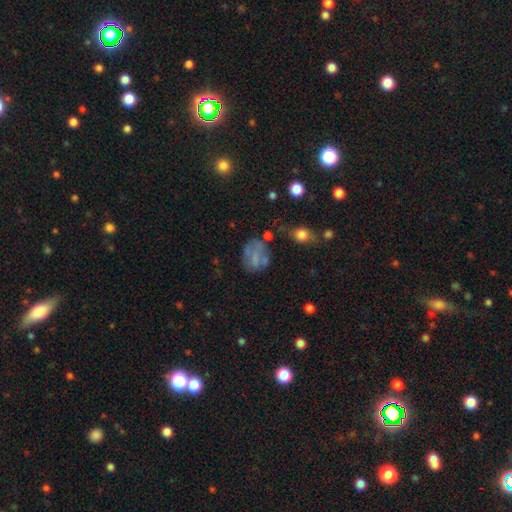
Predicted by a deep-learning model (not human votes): smooth_or_featured: smooth (p=0.54) [alt: featured or disk p=0.32]
how_rounded: in between (p=0.58) [alt: round p=0.41]
merging: none (p=0.43) [alt: minor disturbance p=0.24]